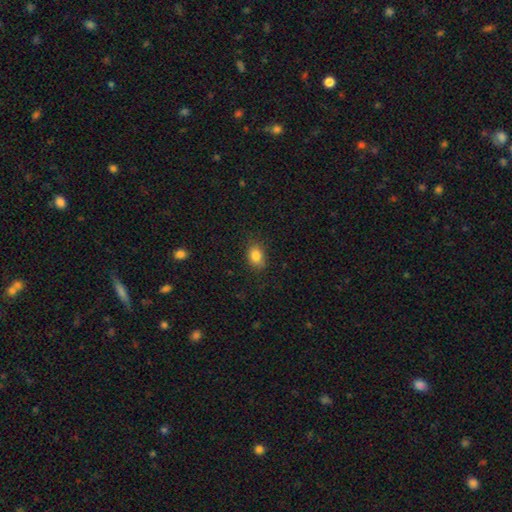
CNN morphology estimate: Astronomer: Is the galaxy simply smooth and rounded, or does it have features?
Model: smooth — 85%.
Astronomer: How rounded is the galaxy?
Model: in between — 66%.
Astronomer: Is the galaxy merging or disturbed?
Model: none — 80%.